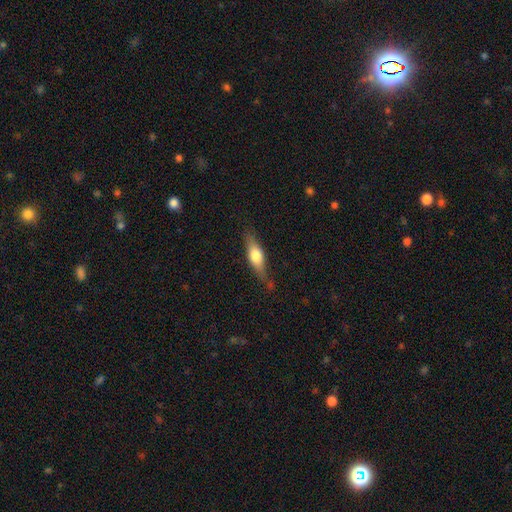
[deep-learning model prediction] The model was most divided on "how rounded" (2-way tie): in between: 48%, cigar-shaped: 48%, round: 3%. More confident: merging — none (72%); smooth or featured — smooth (55%).